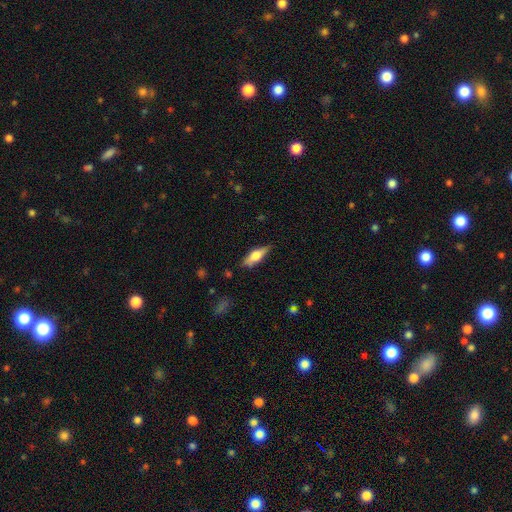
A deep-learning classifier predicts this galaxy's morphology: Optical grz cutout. It shows a smooth galaxy with no disk features (52%) that is in between round and cigar-shaped (54%). Merging: none (77%).